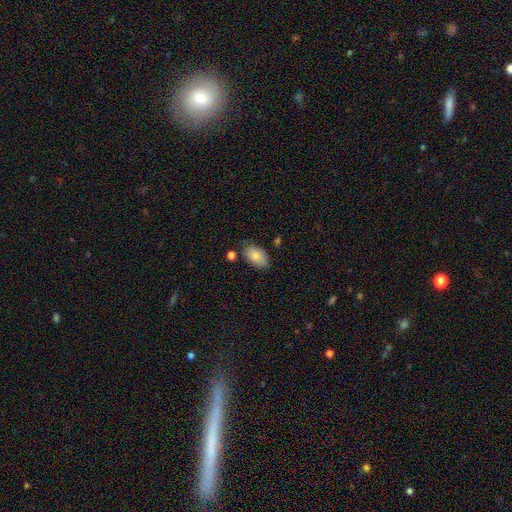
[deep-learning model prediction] smooth 85%, featured or disk 8%, star or artifact 7%. Down the decision tree: how rounded — in between (93%); merging — none (76%).